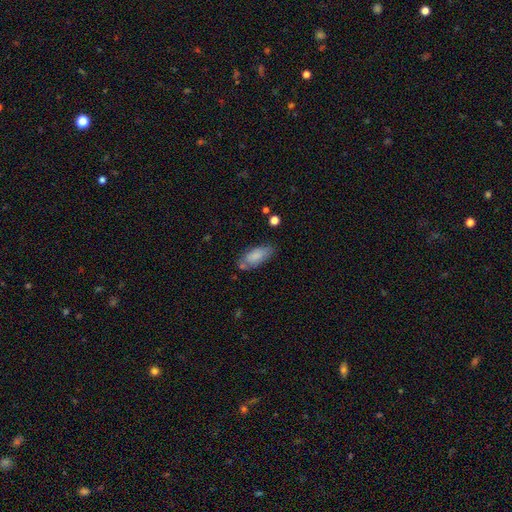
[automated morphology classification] Overall: smooth (79%). How rounded: in between (85%). Merging: none (63%).